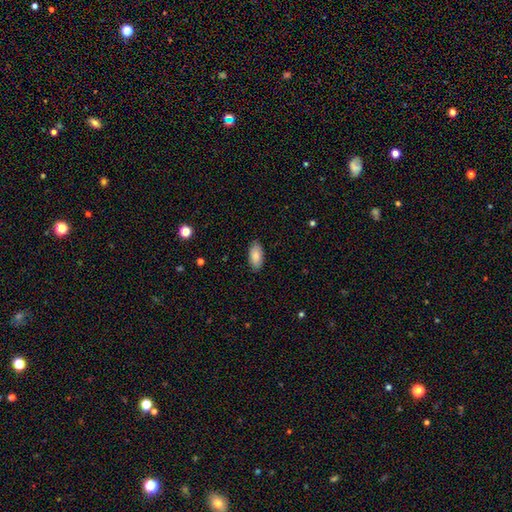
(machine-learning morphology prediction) Smooth or featured: smooth — 85% (featured or disk — 9%)
How rounded: in between — 93% (cigar-shaped — 5%)
Merging: none — 87% (minor disturbance — 10%)